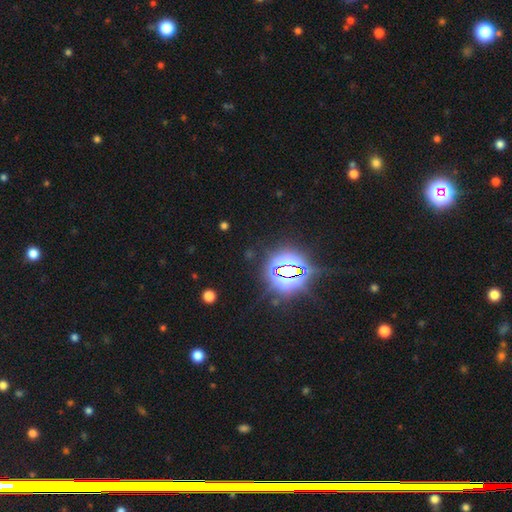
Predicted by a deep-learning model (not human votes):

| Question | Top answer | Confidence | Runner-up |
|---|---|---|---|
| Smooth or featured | star or artifact | 82% | smooth (11%) |